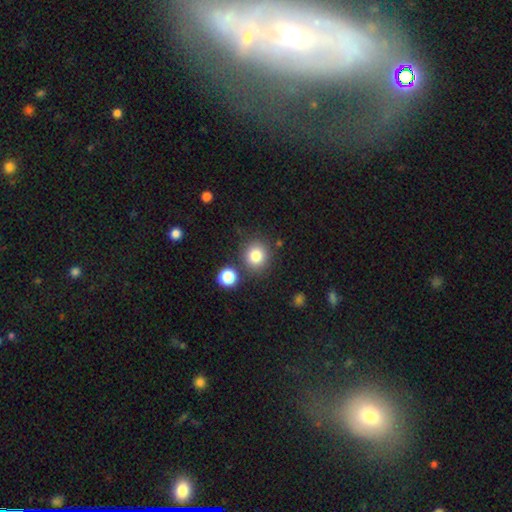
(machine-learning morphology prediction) Smooth or featured: smooth — 81% (star or artifact — 11%)
How rounded: round — 86% (in between — 13%)
Merging: none — 80% (minor disturbance — 9%)